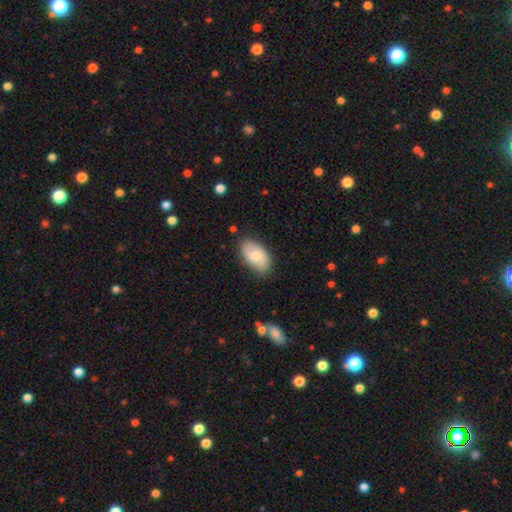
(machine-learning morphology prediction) Smooth or featured: smooth — 71% (featured or disk — 23%)
How rounded: in between — 94% (round — 5%)
Merging: none — 79% (minor disturbance — 17%)